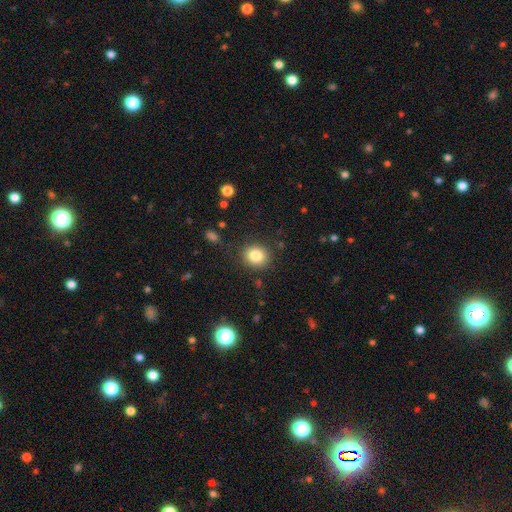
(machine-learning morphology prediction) A smooth galaxy with no disk features (82%) that is round (77%). Merging: none (86%).